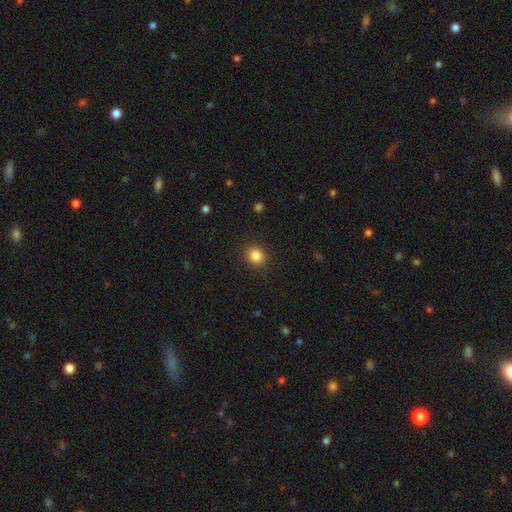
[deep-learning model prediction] The model was most divided on "how rounded": round: 83%, in between: 16%, cigar-shaped: 1%. More confident: merging — none (90%); smooth or featured — smooth (84%).